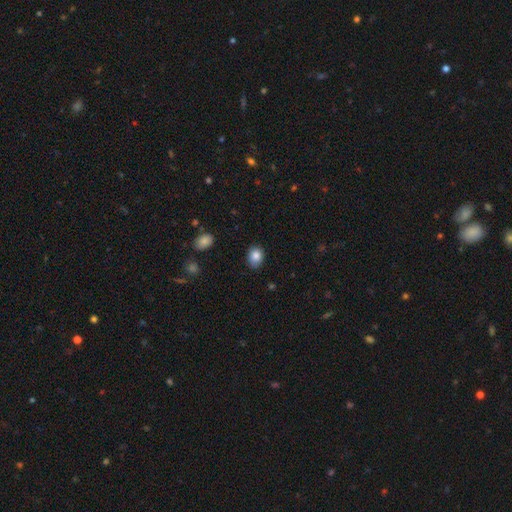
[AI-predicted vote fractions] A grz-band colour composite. It shows a smooth galaxy with no disk features (84%) that is in between round and cigar-shaped (58%). Merging: none (78%).